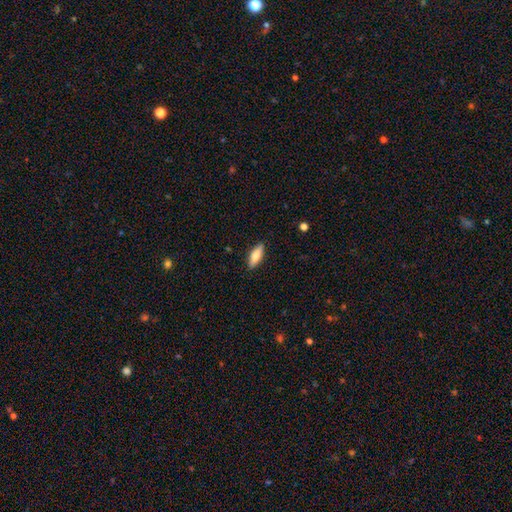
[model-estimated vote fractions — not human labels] This appears to be a smooth galaxy with no disk features (74%) that is in between round and cigar-shaped (64%). Merging: none (89%).